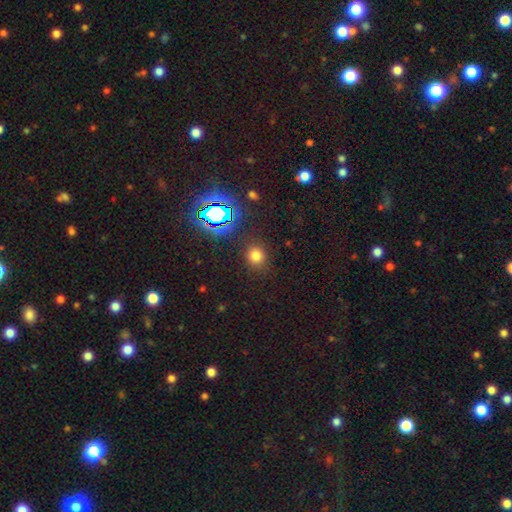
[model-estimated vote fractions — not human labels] smooth 72%, star or artifact 22%, featured or disk 6%. Down the decision tree: how rounded — round (83%); merging — none (86%).